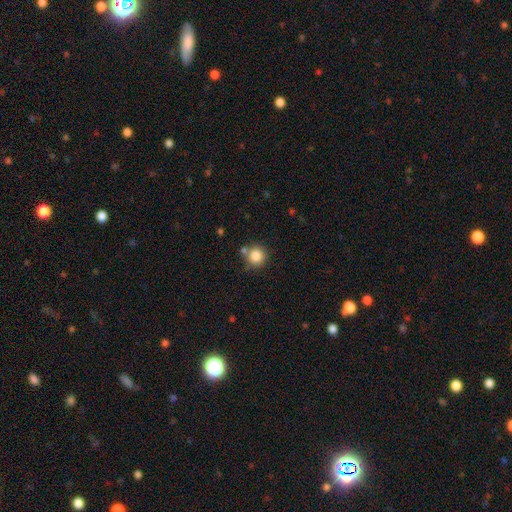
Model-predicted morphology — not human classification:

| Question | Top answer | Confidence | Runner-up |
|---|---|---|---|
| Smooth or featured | smooth | 84% | star or artifact (10%) |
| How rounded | round | 92% | in between (7%) |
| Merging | none | 73% | merger (13%) |